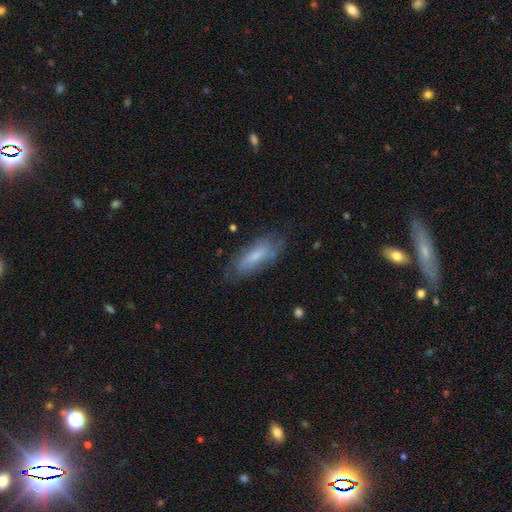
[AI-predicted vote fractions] A smooth galaxy with no disk features (61%) that is in between round and cigar-shaped (68%). Merging: none (70%).